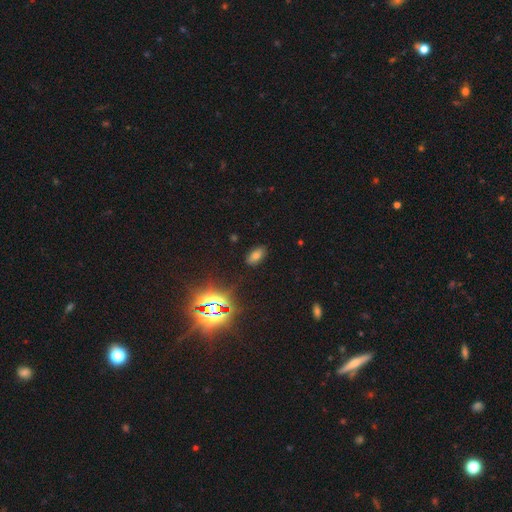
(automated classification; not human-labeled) Smooth or featured? Predicted: smooth (p=0.61). How rounded? Predicted: in between (p=0.91). Merging? Predicted: none (p=0.86).